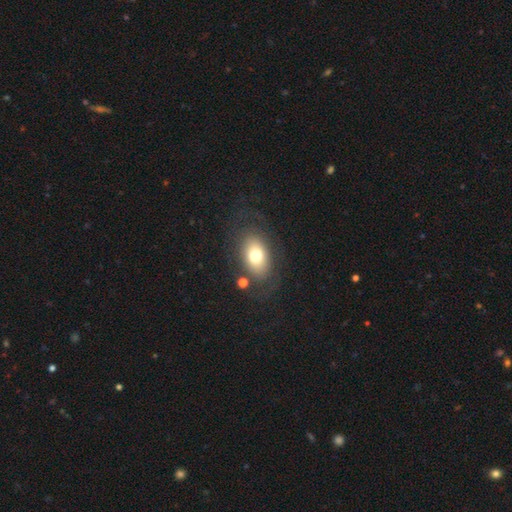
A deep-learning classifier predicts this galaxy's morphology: Smooth or featured: smooth — 67% (featured or disk — 24%)
How rounded: in between — 86% (round — 13%)
Merging: none — 72% (minor disturbance — 14%)